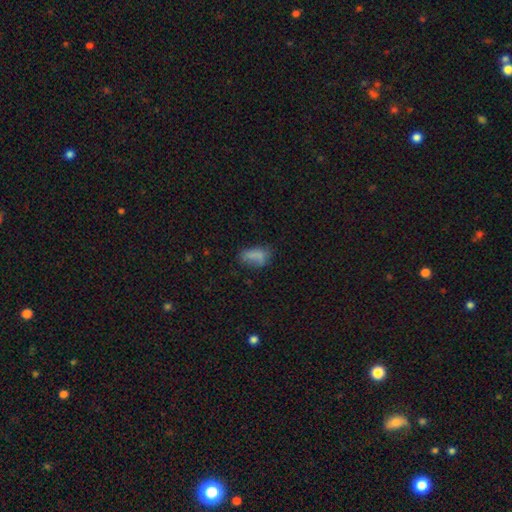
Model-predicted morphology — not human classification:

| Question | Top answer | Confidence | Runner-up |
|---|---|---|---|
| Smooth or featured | smooth | 75% | featured or disk (13%) |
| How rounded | in between | 89% | cigar-shaped (6%) |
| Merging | none | 47% | minor disturbance (30%) |